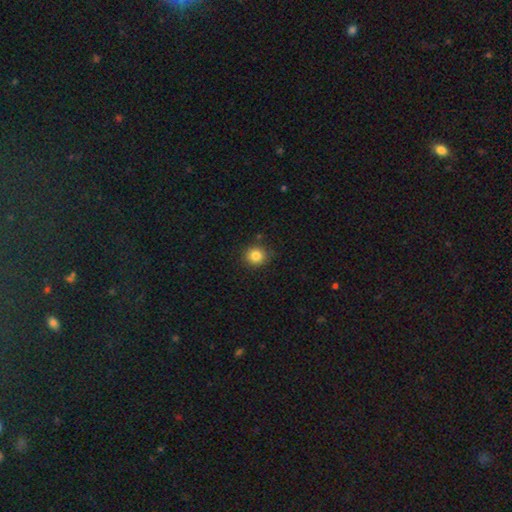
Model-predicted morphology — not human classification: A smooth galaxy with no disk features (84%) that is round (86%). Merging: none (86%).